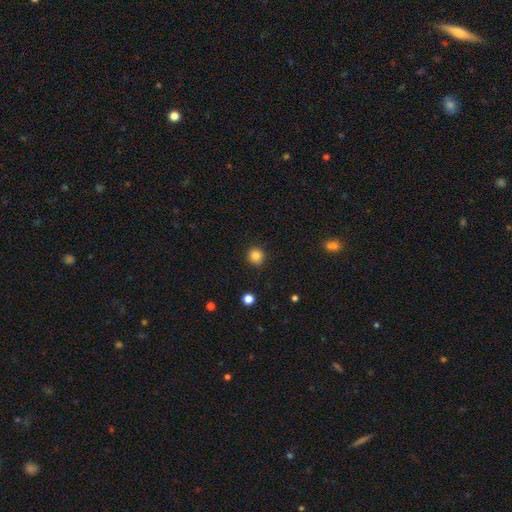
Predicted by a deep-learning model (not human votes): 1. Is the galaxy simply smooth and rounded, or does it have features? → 85% smooth, 11% star or artifact, 5% featured or disk.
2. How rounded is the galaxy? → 94% round, 5% in between, 1% cigar-shaped.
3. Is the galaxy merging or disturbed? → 90% none, 7% minor disturbance, 2% major disturbance, 1% merger.